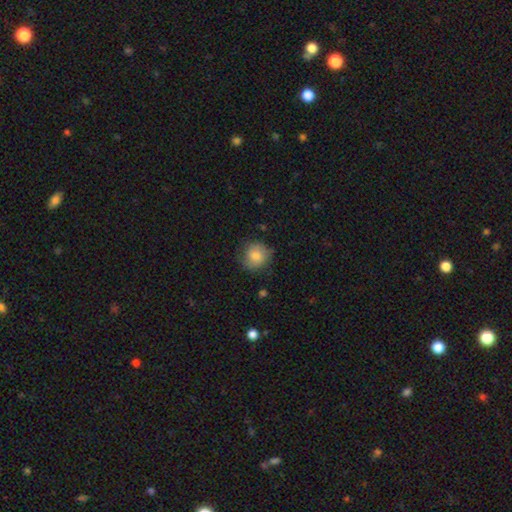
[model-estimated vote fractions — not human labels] A smooth galaxy with no disk features (80%) that is round (86%).

Vote fractions:
- Smooth or featured? smooth: 80% / featured or disk: 13% / star or artifact: 8%
- How rounded? round: 86% / in between: 13% / cigar-shaped: 1%
- Merging? none: 72% / minor disturbance: 20% / major disturbance: 6% / merger: 1%